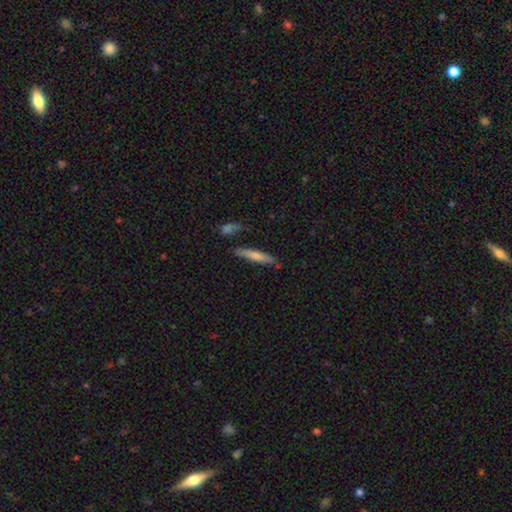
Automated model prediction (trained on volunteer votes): smooth_or_featured: smooth (p=0.69) [alt: featured or disk p=0.25]
how_rounded: cigar-shaped (p=0.89) [alt: in between p=0.10]
merging: none (p=0.78) [alt: minor disturbance p=0.14]